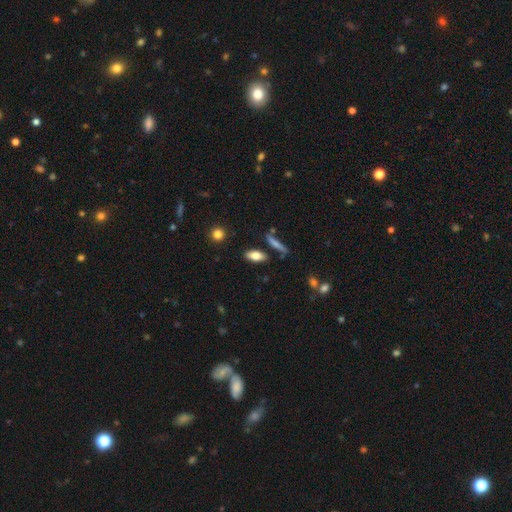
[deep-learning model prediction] Smooth or featured: smooth — 74% (featured or disk — 18%)
How rounded: in between — 77% (cigar-shaped — 20%)
Merging: none — 81% (minor disturbance — 11%)